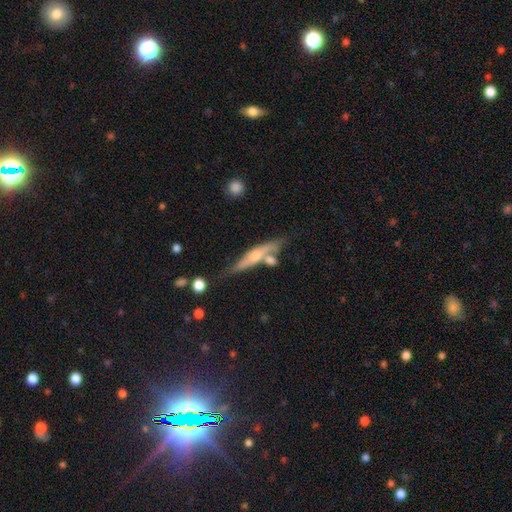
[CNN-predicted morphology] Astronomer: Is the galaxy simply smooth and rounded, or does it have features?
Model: featured or disk — 60%.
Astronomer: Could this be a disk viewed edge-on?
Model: yes — 89%.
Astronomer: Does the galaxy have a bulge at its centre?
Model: rounded — 82%.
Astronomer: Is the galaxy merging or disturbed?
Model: none — 59%.